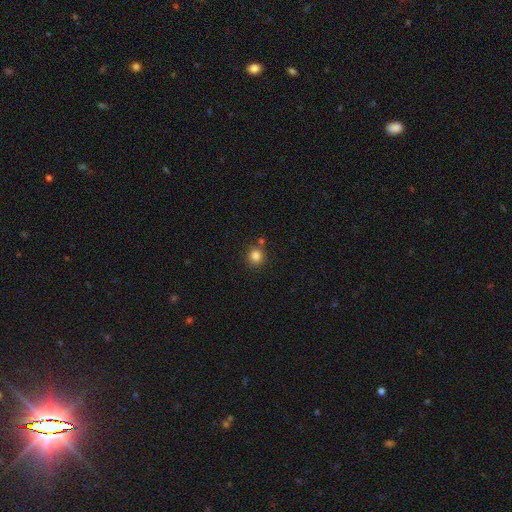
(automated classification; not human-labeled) Smooth or featured?
  - smooth: 83% *
  - star or artifact: 12%
  - featured or disk: 5%
How rounded?
  - round: 92% *
  - in between: 7%
  - cigar-shaped: 1%
Merging?
  - none: 80% *
  - merger: 9%
  - minor disturbance: 8%
  - major disturbance: 3%